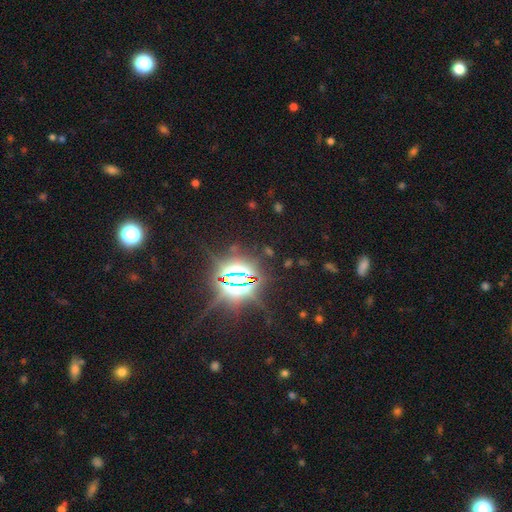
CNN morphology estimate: A star or artifact, not a galaxy (85%).

Vote fractions:
- Smooth or featured? star or artifact: 85% / smooth: 8% / featured or disk: 7%